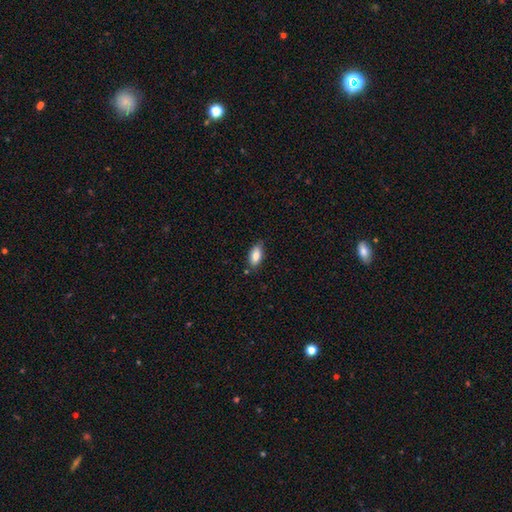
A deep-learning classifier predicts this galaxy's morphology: Smooth or featured? Predicted: smooth (p=0.85). How rounded? Predicted: in between (p=0.89). Merging? Predicted: none (p=0.80).